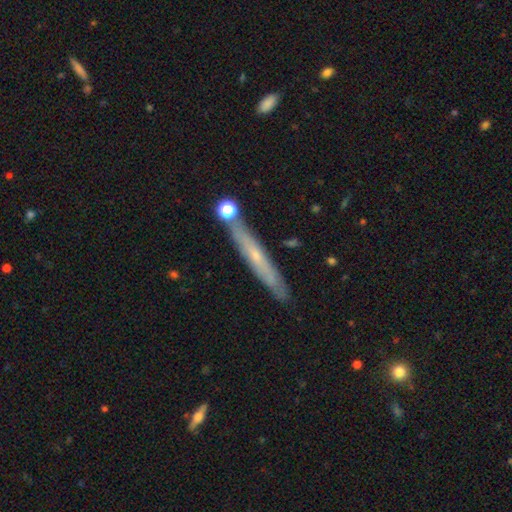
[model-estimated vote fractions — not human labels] Smooth or featured? Predicted: featured or disk (p=0.58). Edge-on disk? Predicted: yes (p=0.88). Edge-on bulge? Predicted: none (p=0.55). Merging? Predicted: none (p=0.82).